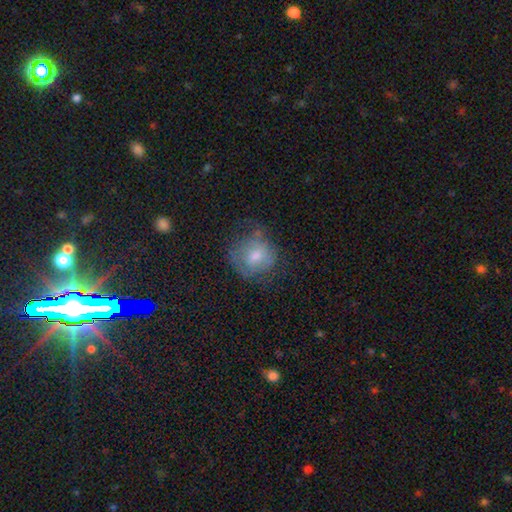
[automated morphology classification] Overall: smooth (52%; featured or disk 34%). How rounded: round (75%). Merging: none (55%; minor disturbance 26%).